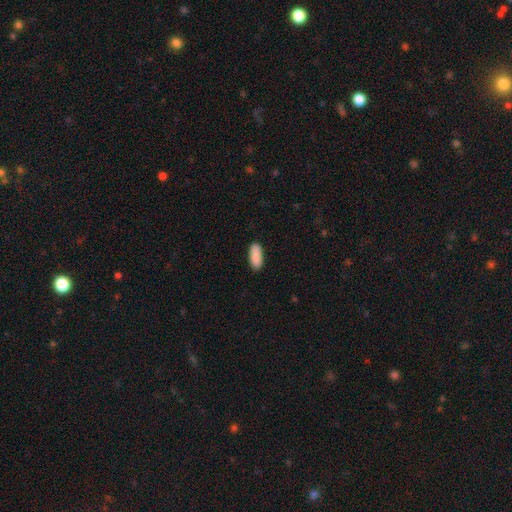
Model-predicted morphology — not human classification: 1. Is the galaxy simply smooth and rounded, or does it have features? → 90% smooth, 6% star or artifact, 4% featured or disk.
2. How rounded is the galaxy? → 79% in between, 19% cigar-shaped, 2% round.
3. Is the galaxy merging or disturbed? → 88% none, 9% minor disturbance, 2% major disturbance, 1% merger.